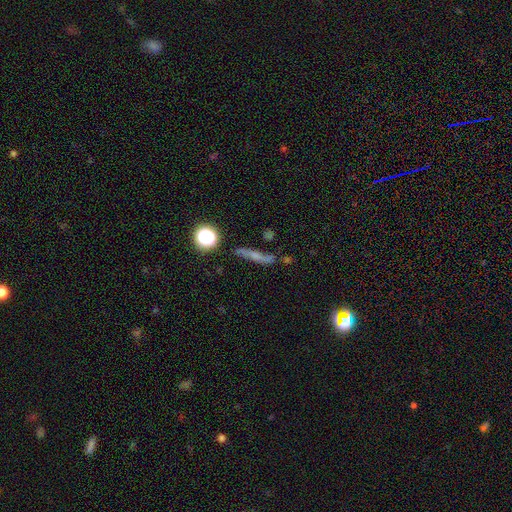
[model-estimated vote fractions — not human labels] Q: Smooth or featured?
A: featured or disk (42%); runner-up: smooth (40%)
Q: Merging?
A: none (71%); runner-up: minor disturbance (17%)